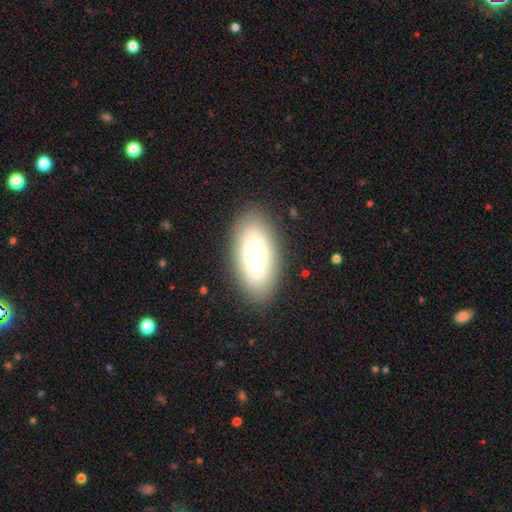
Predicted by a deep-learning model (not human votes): Smooth or featured: smooth — 58% (featured or disk — 33%)
How rounded: in between — 90% (cigar-shaped — 6%)
Merging: none — 85% (minor disturbance — 10%)